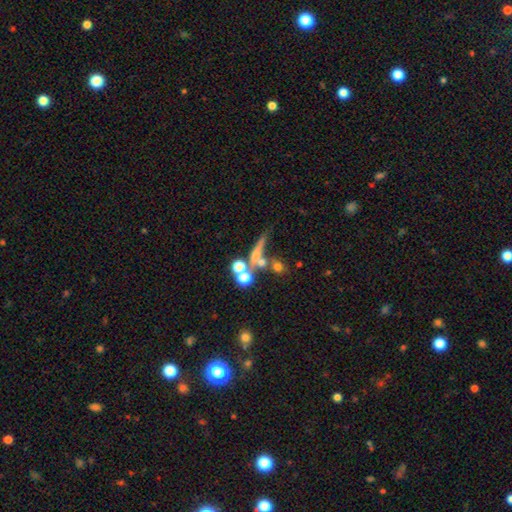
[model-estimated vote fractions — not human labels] smooth 36%, featured or disk 35%, star or artifact 29%. Down the decision tree: merging — none (47%).